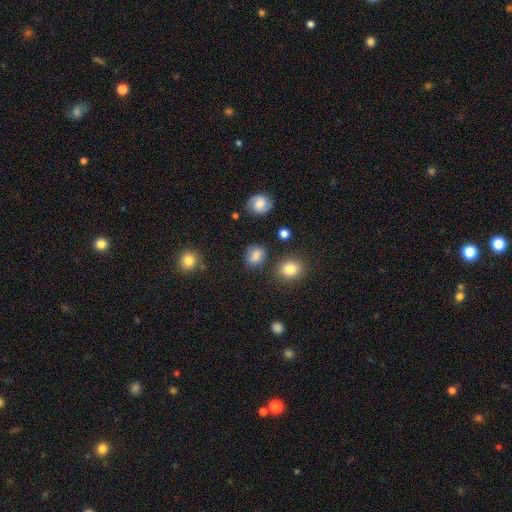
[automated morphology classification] Q: Smooth or featured?
A: smooth (79%); runner-up: star or artifact (12%)
Q: How rounded?
A: round (61%); runner-up: in between (38%)
Q: Merging?
A: none (77%); runner-up: minor disturbance (14%)